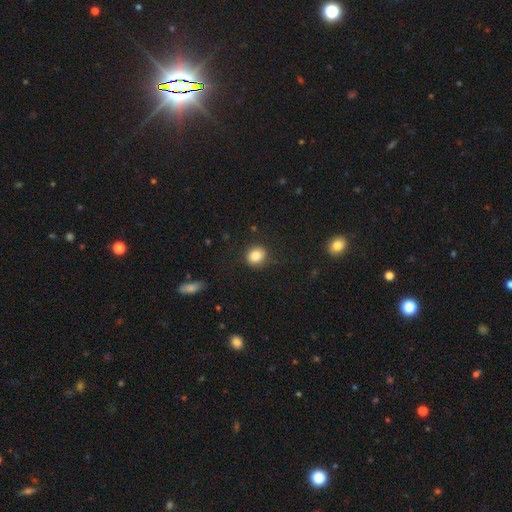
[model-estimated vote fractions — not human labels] Overall: smooth (84%). How rounded: round (71%). Merging: none (85%).